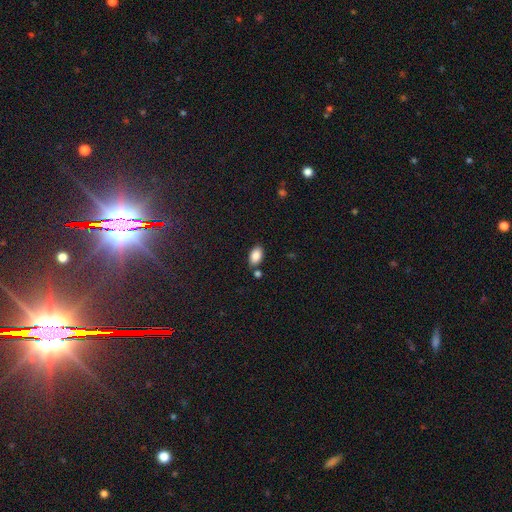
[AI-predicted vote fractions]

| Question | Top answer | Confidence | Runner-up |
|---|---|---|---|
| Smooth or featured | smooth | 88% | star or artifact (8%) |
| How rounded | in between | 92% | round (6%) |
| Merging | none | 77% | minor disturbance (12%) |